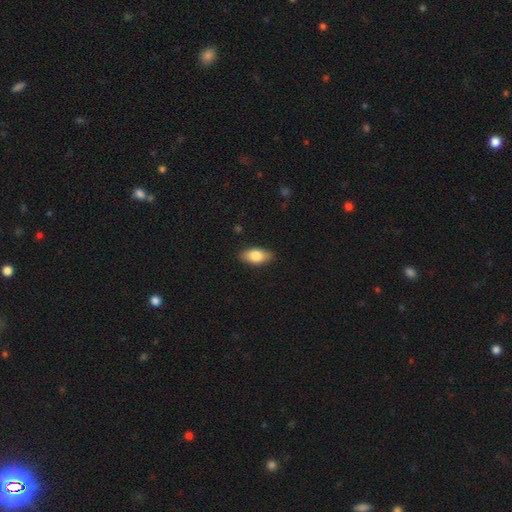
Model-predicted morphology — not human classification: smooth-or-featured: smooth: 78% | featured or disk: 15% | star or artifact: 6%
  how-rounded: in between: 88% | cigar-shaped: 8% | round: 4%
  merging: none: 86% | minor disturbance: 10% | major disturbance: 2% | merger: 1%